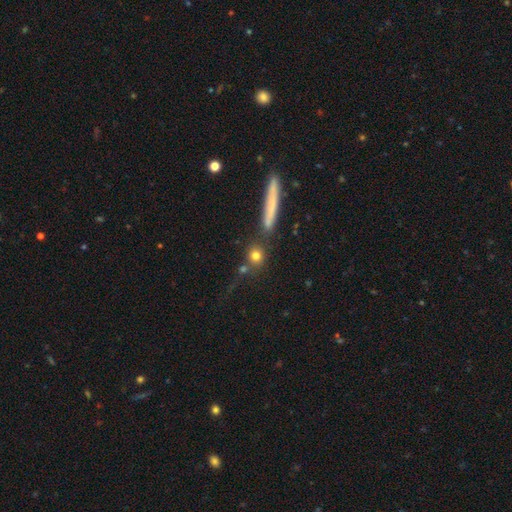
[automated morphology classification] The model was most divided on "merging": none: 72%, merger: 13%, minor disturbance: 10%, major disturbance: 4%. More confident: how rounded — round (78%); smooth or featured — smooth (76%).